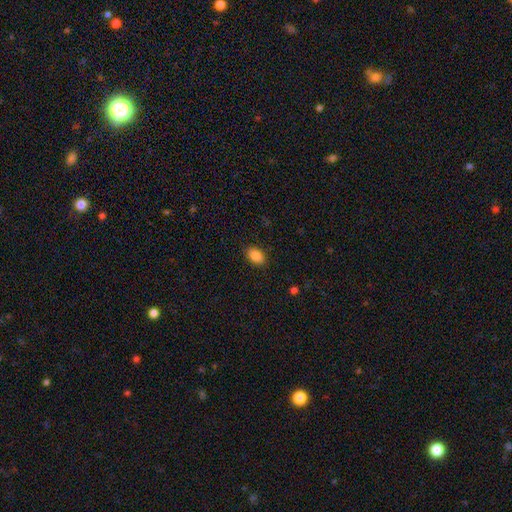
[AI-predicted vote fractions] Smooth or featured? smooth (87%)
How rounded? in between (87%)
Merging? none (87%)